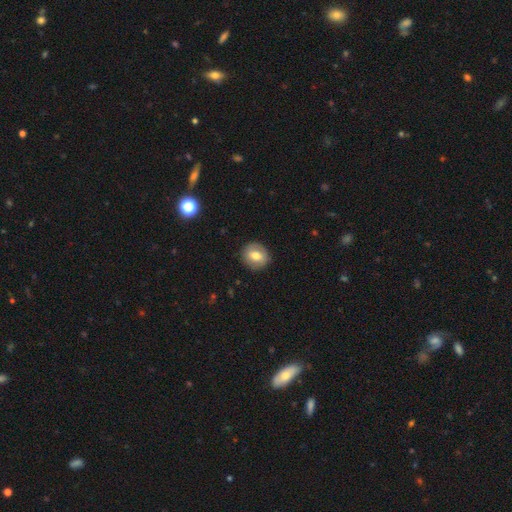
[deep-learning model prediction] This appears to be a smooth galaxy with no disk features (67%) that is round (80%). Merging: none (88%).